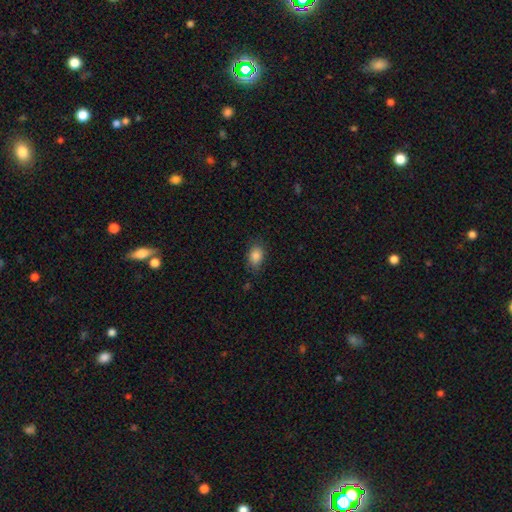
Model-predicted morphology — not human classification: Q: Smooth or featured?
A: smooth (86%); runner-up: star or artifact (9%)
Q: How rounded?
A: in between (80%); runner-up: round (18%)
Q: Merging?
A: none (79%); runner-up: minor disturbance (16%)